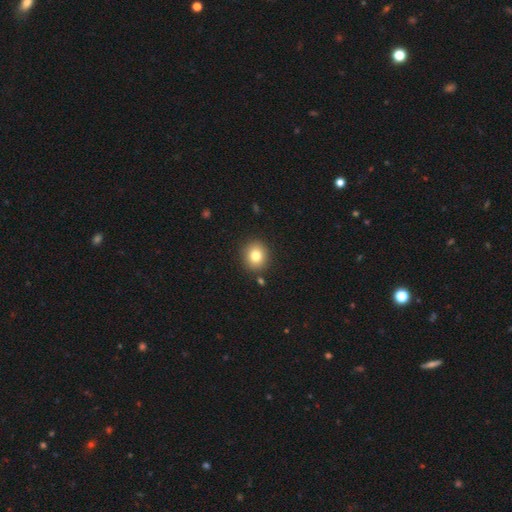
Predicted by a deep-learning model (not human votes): Morphology: type=smooth (81%); roundness=round (81%); merging=none (88%).